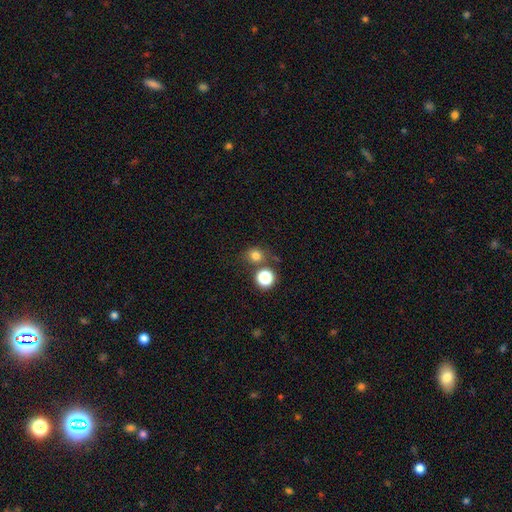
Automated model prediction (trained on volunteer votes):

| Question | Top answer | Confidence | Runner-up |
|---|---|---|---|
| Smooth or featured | smooth | 77% | star or artifact (17%) |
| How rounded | round | 84% | in between (15%) |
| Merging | none | 72% | merger (14%) |